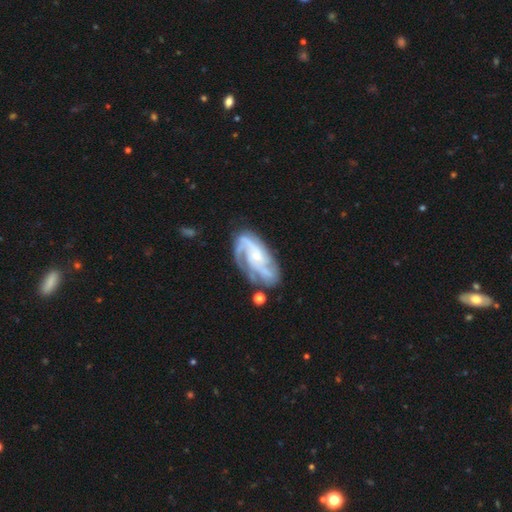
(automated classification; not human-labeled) featured or disk 87%, smooth 8%, star or artifact 5%. Down the decision tree: edge-on disk — no (96%); bar — no (63%); spiral arms — yes (97%); spiral arm count — 3 (36%); spiral winding — medium (45%); bulge size — small (69%); merging — none (62%).